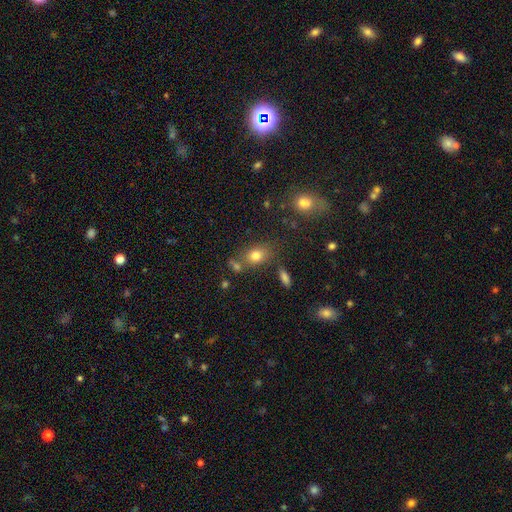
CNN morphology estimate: Overall: smooth (76%). How rounded: in between (64%; round 34%). Merging: none (67%).